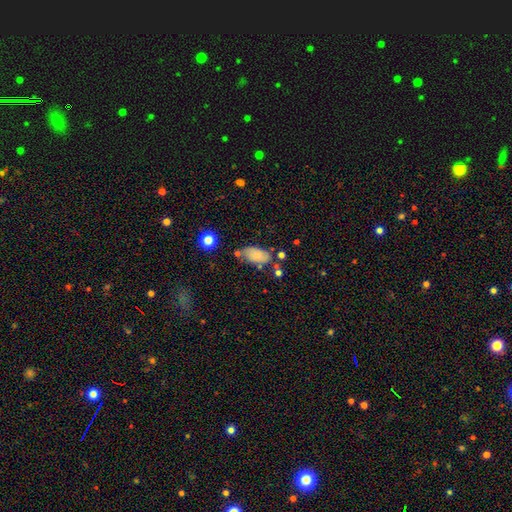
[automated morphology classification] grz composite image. It shows a smooth galaxy with no disk features (81%) that is in between round and cigar-shaped (93%). Merging: none (63%).